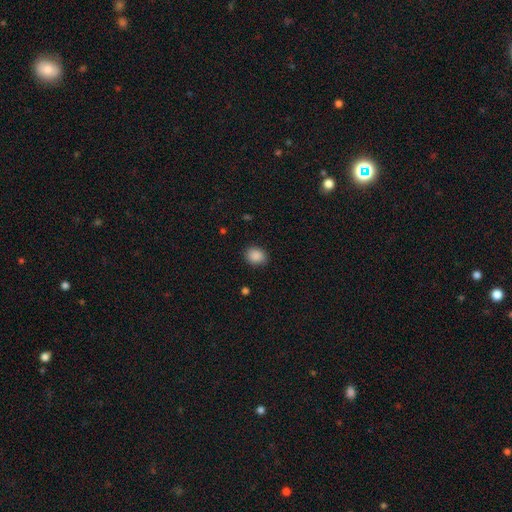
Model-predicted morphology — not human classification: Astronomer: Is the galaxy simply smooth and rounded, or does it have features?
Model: smooth — 89%.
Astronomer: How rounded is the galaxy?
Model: round — 57% (runner-up: in between, 42%).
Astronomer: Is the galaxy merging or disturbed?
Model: none — 85%.